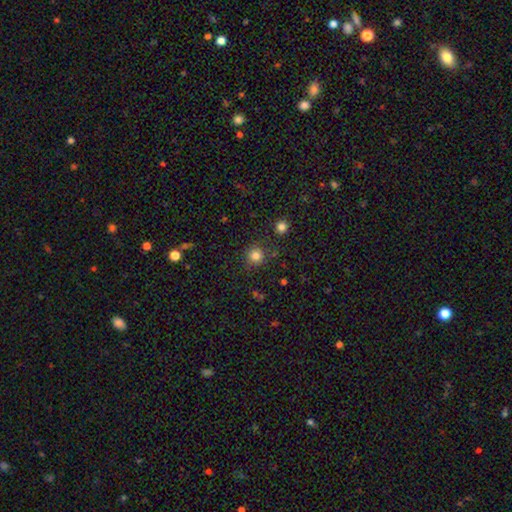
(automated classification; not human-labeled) Q: Smooth or featured?
A: smooth (82%); runner-up: star or artifact (13%)
Q: How rounded?
A: round (93%); runner-up: in between (6%)
Q: Merging?
A: none (84%); runner-up: minor disturbance (9%)